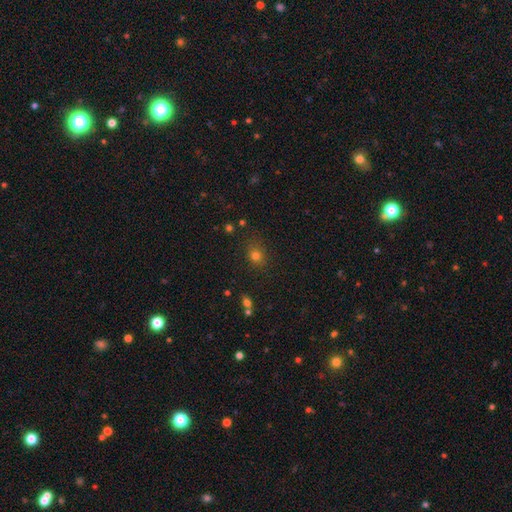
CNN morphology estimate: type=smooth (75%); roundness=round (66%); merging=none (79%).